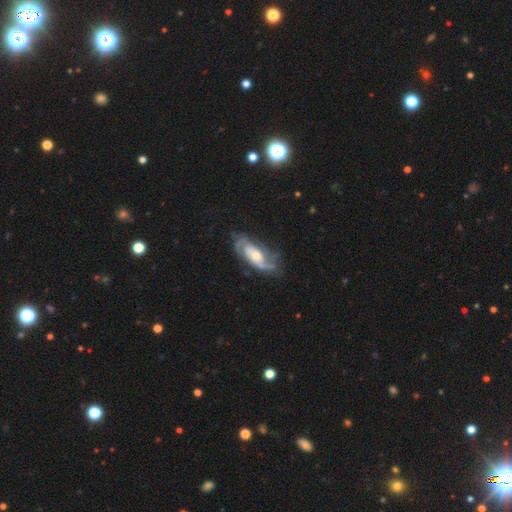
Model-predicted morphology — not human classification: smooth_or_featured: featured or disk (p=0.84) [alt: smooth p=0.10]
disk_edge_on: no (p=0.91) [alt: yes p=0.09]
bar: no (p=0.52) [alt: weak p=0.35]
has_spiral_arms: yes (p=0.94) [alt: no p=0.06]
spiral_winding: medium (p=0.45) [alt: tight p=0.33]
spiral_arm_count: 2 (p=0.65) [alt: can't tell p=0.17]
bulge_size: moderate (p=0.57) [alt: small p=0.34]
merging: none (p=0.69) [alt: minor disturbance p=0.20]